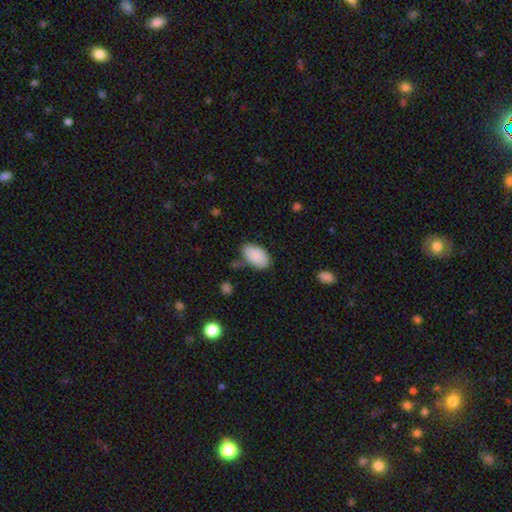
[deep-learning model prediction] Smooth or featured? smooth (89%)
How rounded? in between (94%)
Merging? none (76%)